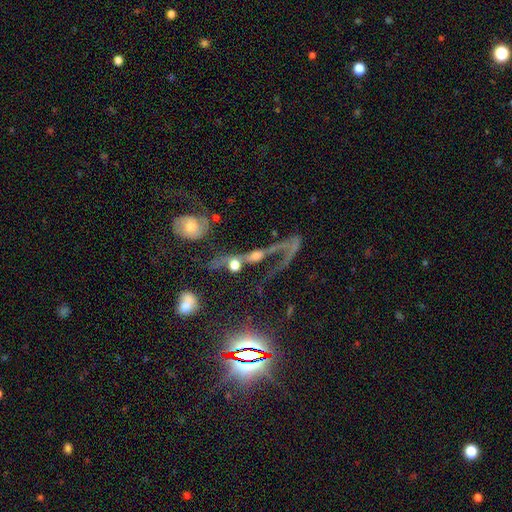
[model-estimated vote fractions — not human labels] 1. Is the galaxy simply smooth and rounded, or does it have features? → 60% featured or disk, 22% star or artifact, 18% smooth.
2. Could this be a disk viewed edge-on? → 77% no, 23% yes.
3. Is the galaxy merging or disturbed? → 36% major disturbance, 28% merger, 25% none, 11% minor disturbance.